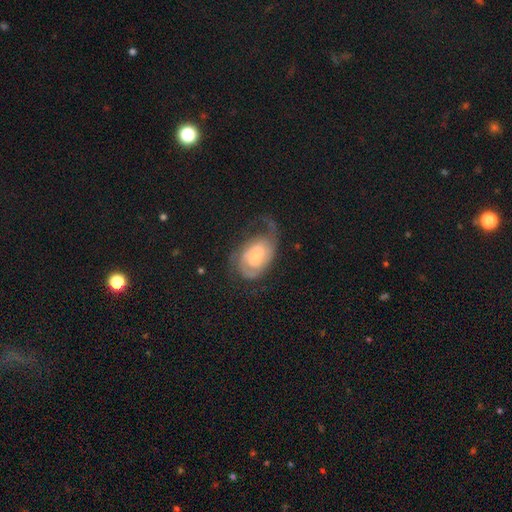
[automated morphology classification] Smooth or featured?
  - featured or disk: 74% *
  - smooth: 20%
  - star or artifact: 6%
Edge-on disk?
  - no: 96% *
  - yes: 4%
Bar?
  - no: 72% *
  - weak: 23%
  - strong: 4%
Spiral arms?
  - yes: 88% *
  - no: 12%
Spiral winding?
  - tight: 44% *
  - medium: 34%
  - loose: 22%
Spiral arm count?
  - 2: 47% *
  - can't tell: 23%
  - 1: 21%
  - 3: 5%
  - 4: 2%
  - more than 4: 2%
Bulge size?
  - small: 60% *
  - moderate: 31%
  - large: 4%
  - none: 3%
  - dominant: 2%
Merging?
  - none: 43% *
  - major disturbance: 33%
  - minor disturbance: 23%
  - merger: 2%